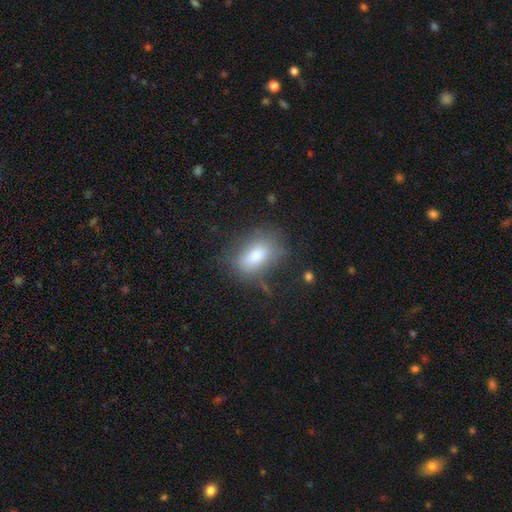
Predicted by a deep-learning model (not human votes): A smooth galaxy with no disk features (75%) that is in between round and cigar-shaped (84%). Merging: none (66%).